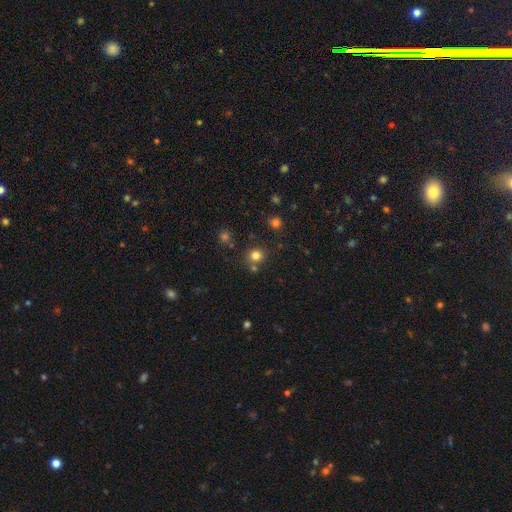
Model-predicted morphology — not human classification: smooth-or-featured: smooth: 78% | star or artifact: 16% | featured or disk: 6%
  how-rounded: round: 87% | in between: 12% | cigar-shaped: 1%
  merging: none: 76% | merger: 13% | minor disturbance: 9% | major disturbance: 3%